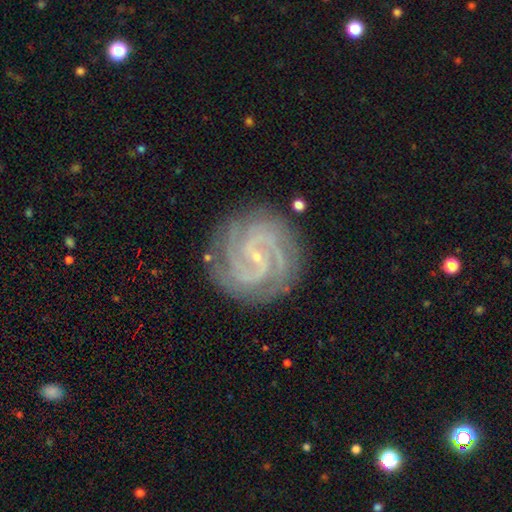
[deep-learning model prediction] This appears to be a featured or disk galaxy (92%) with no bar (48%), 2 (54%) tight (66%) spiral arms (99%) and a small central bulge (89%). Merging: none (83%).